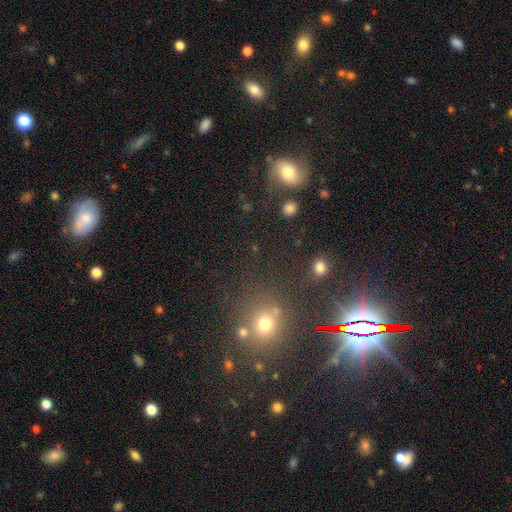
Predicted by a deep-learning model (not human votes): Smooth or featured?
  - star or artifact: 62% *
  - smooth: 30%
  - featured or disk: 8%